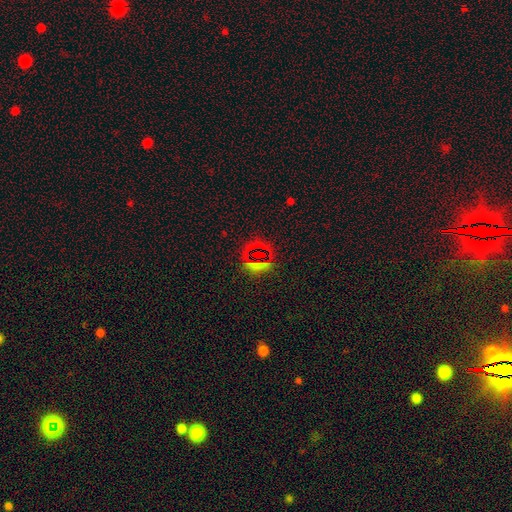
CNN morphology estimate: A star or artifact, not a galaxy (57%).